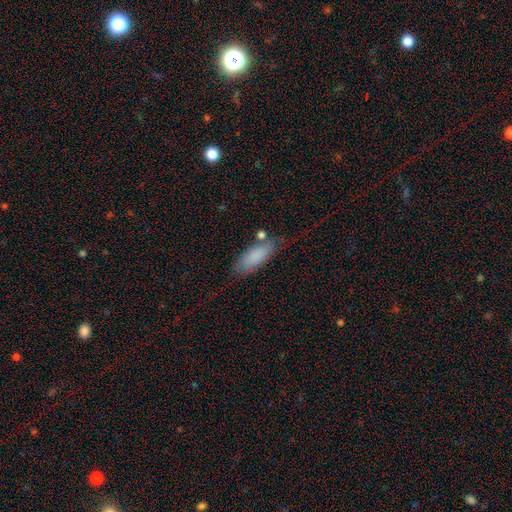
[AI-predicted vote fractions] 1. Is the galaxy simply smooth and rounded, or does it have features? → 83% smooth, 11% featured or disk, 7% star or artifact.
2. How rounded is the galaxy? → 72% in between, 26% cigar-shaped, 2% round.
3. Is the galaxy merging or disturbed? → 61% none, 24% minor disturbance, 7% major disturbance, 7% merger.